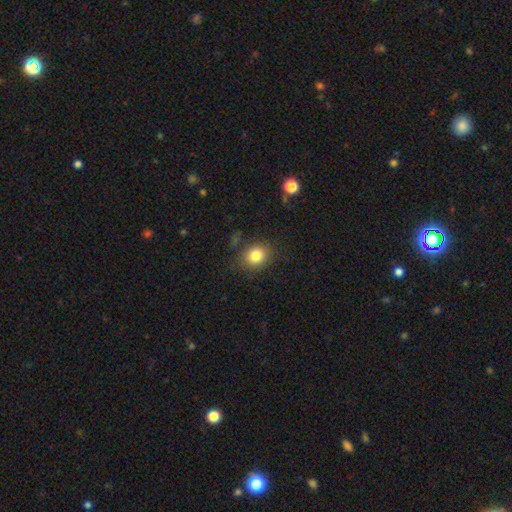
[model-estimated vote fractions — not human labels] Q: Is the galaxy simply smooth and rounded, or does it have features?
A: smooth — 82%.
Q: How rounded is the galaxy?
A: round — 57%.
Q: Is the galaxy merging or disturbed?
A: none — 80%.